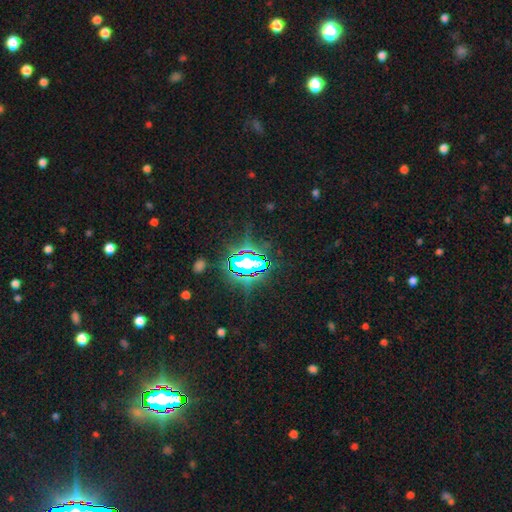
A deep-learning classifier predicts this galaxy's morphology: A star or artifact, not a galaxy (84%).

Vote fractions:
- Smooth or featured? star or artifact: 84% / smooth: 10% / featured or disk: 7%